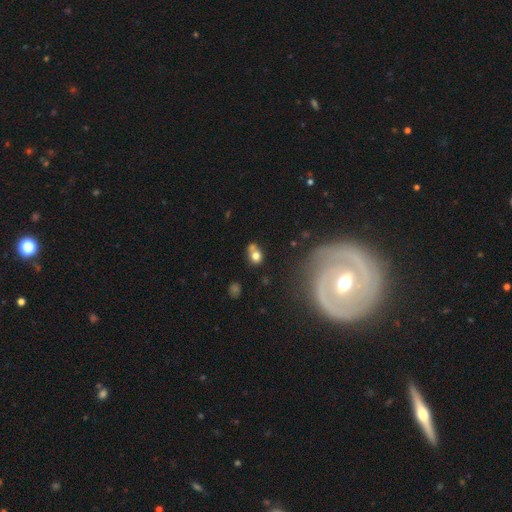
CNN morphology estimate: type=smooth (74%); roundness=round (56%); merging=none (42%).